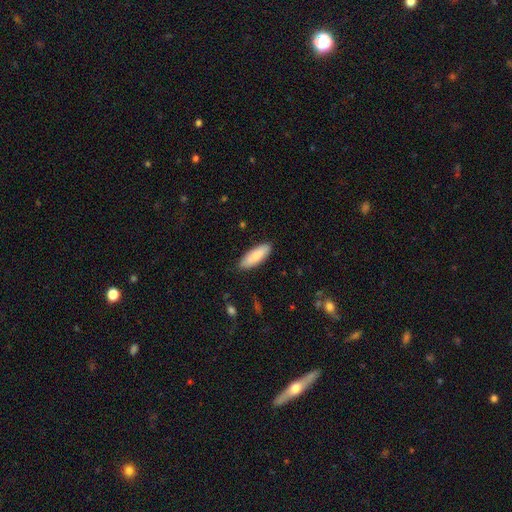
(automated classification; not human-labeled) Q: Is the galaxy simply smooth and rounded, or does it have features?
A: smooth — 84%.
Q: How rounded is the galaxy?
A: in between — 62%.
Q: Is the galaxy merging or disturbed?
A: none — 88%.